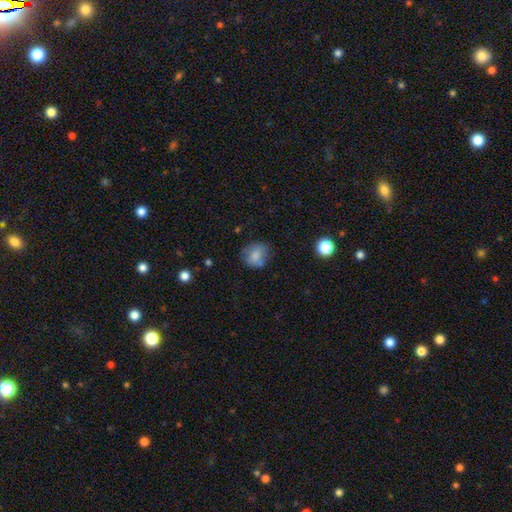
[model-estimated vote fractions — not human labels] Smooth or featured? Predicted: smooth (p=0.75). How rounded? Predicted: round (p=0.71). Merging? Predicted: none (p=0.63).